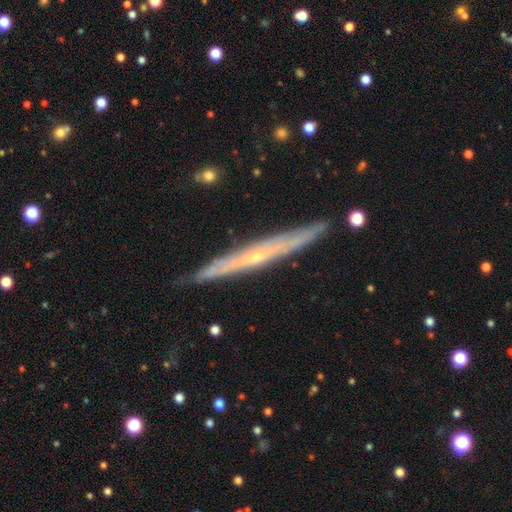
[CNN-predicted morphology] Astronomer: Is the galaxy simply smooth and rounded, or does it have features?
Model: featured or disk — 75%.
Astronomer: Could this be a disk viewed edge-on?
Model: yes — 92%.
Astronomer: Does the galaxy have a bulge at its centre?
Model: rounded — 54% (runner-up: none, 43%).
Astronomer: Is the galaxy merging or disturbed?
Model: none — 85%.